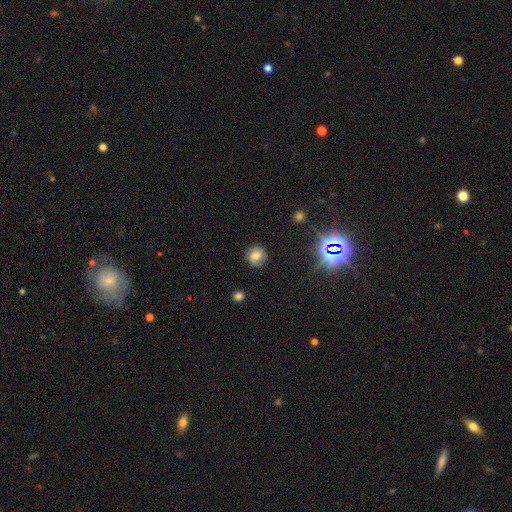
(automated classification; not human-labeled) smooth_or_featured: smooth (p=0.59) [alt: featured or disk p=0.26]
how_rounded: round (p=0.86) [alt: in between p=0.13]
merging: none (p=0.81) [alt: minor disturbance p=0.13]